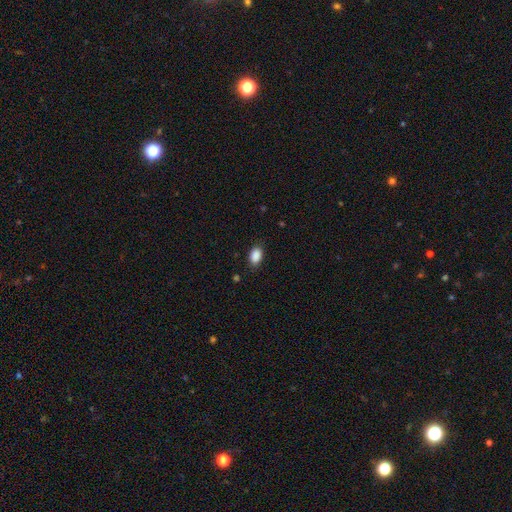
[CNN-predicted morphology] type=smooth (89%); roundness=in between (90%); merging=none (83%).